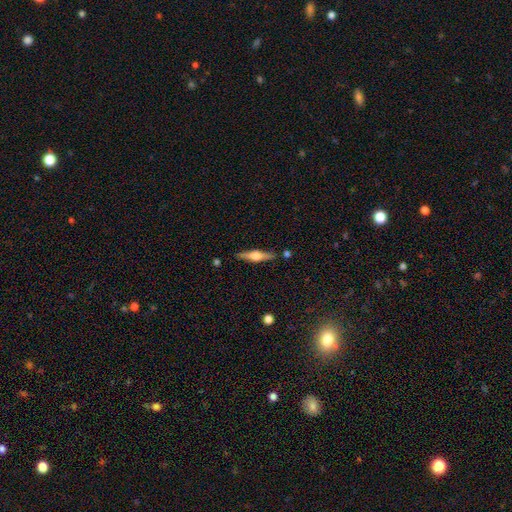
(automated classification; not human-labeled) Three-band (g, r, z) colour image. It shows a featured or disk galaxy (70%) viewed edge-on (97%) with a rounded central bulge (89%). Merging: none (87%).